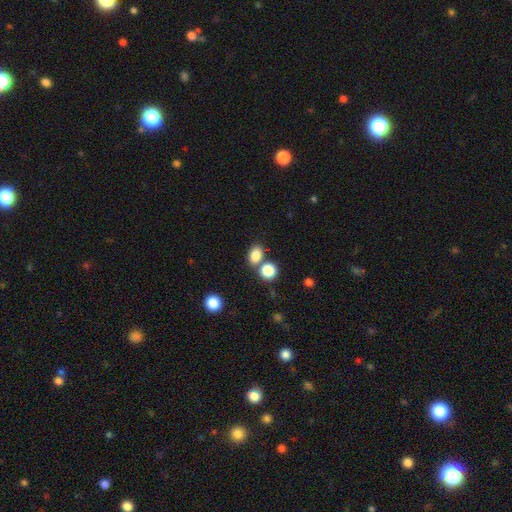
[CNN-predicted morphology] Overall: smooth (83%). How rounded: in between (68%; round 30%). Merging: none (62%; merger 25%).